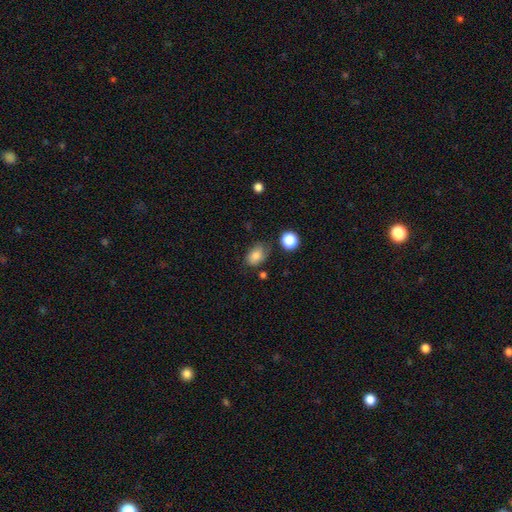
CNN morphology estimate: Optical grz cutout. It shows a smooth galaxy with no disk features (81%) that is in between round and cigar-shaped (79%). Merging: none (66%).